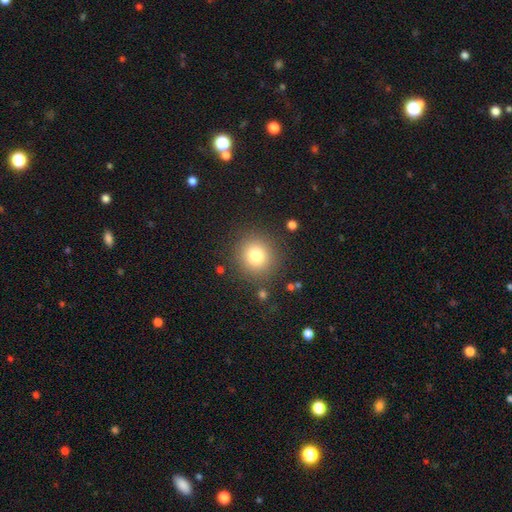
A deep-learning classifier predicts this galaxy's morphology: type=smooth (78%); roundness=round (92%); merging=none (87%).